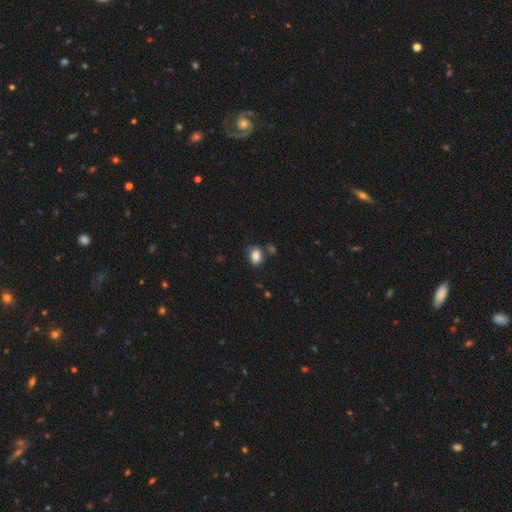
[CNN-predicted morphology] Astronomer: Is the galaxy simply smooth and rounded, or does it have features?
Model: smooth — 83%.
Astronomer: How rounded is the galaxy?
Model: in between — 73%.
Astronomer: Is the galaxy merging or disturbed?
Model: none — 73%.